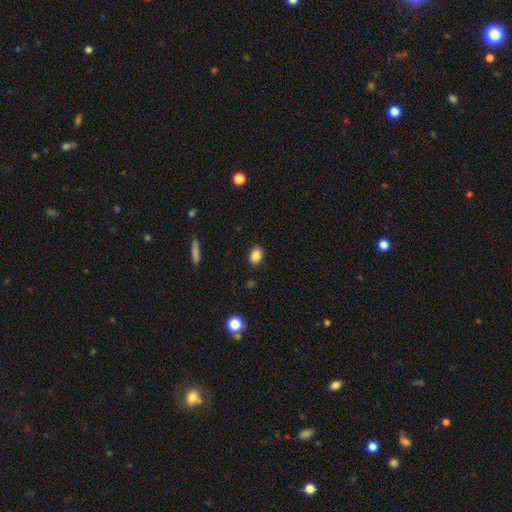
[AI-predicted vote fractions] Smooth or featured: smooth — 86% (star or artifact — 9%)
How rounded: in between — 71% (round — 27%)
Merging: none — 88% (minor disturbance — 9%)